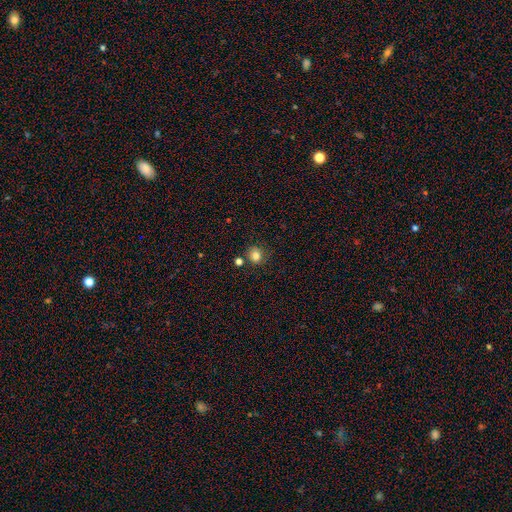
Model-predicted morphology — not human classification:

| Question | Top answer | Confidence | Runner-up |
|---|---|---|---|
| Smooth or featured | smooth | 81% | star or artifact (12%) |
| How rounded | round | 83% | in between (17%) |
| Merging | none | 76% | minor disturbance (13%) |